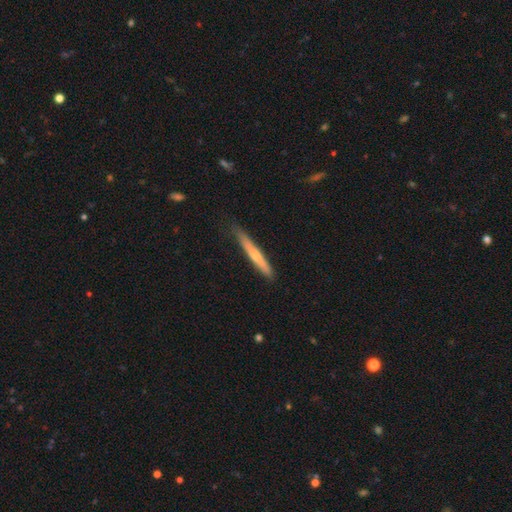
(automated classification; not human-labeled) A smooth galaxy with no disk features (60%) that is cigar-shaped (96%). Merging: none (78%).